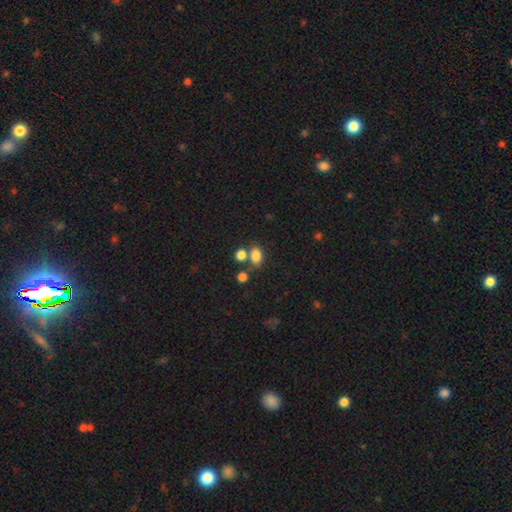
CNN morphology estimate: Smooth or featured: smooth — 80% (star or artifact — 12%)
How rounded: in between — 76% (round — 22%)
Merging: none — 56% (merger — 27%)